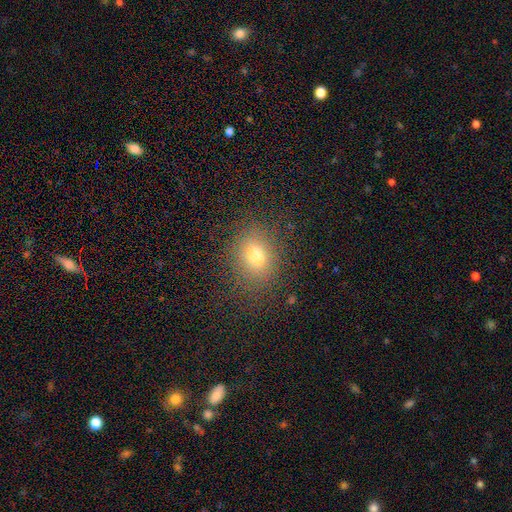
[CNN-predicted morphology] type=smooth (74%); roundness=round (60%); merging=none (83%).